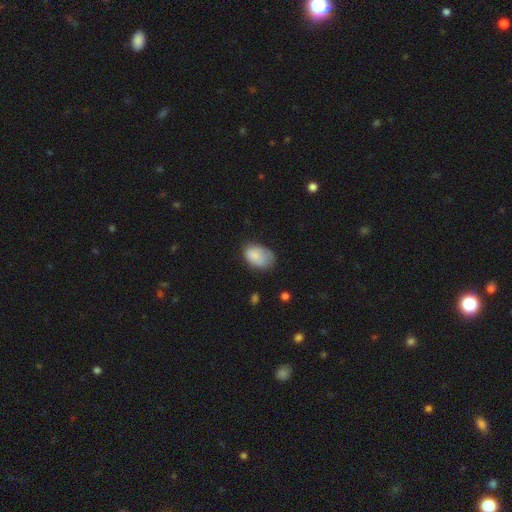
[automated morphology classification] smooth_or_featured: smooth (p=0.83) [alt: featured or disk p=0.09]
how_rounded: in between (p=0.86) [alt: round p=0.13]
merging: none (p=0.50) [alt: minor disturbance p=0.34]